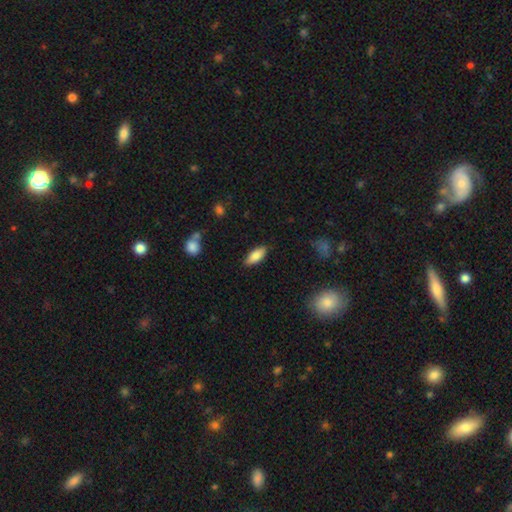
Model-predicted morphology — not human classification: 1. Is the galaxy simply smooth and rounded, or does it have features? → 80% smooth, 13% featured or disk, 7% star or artifact.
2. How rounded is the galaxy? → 76% in between, 22% cigar-shaped, 2% round.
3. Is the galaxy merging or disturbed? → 84% none, 12% minor disturbance, 2% major disturbance, 1% merger.